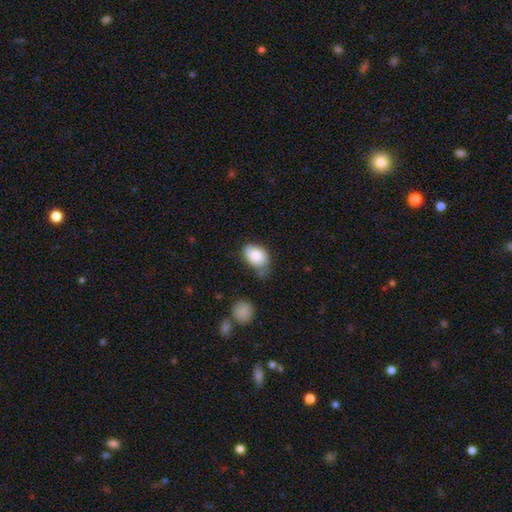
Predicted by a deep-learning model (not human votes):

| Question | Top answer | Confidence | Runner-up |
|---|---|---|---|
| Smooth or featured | smooth | 85% | featured or disk (8%) |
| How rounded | in between | 83% | round (15%) |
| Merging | none | 51% | minor disturbance (33%) |